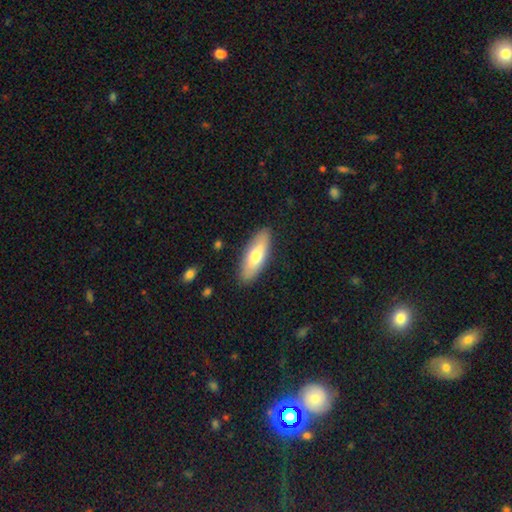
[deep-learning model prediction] smooth 67%, featured or disk 27%, star or artifact 6%. Down the decision tree: how rounded — in between (61%); merging — none (87%).